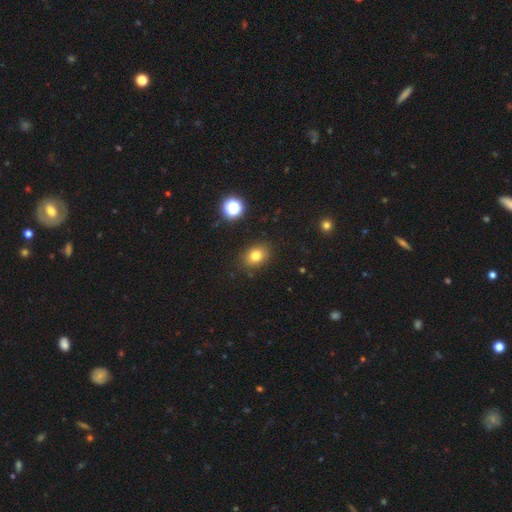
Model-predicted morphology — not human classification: Overall: smooth (77%). How rounded: in between (63%; round 36%). Merging: none (85%).